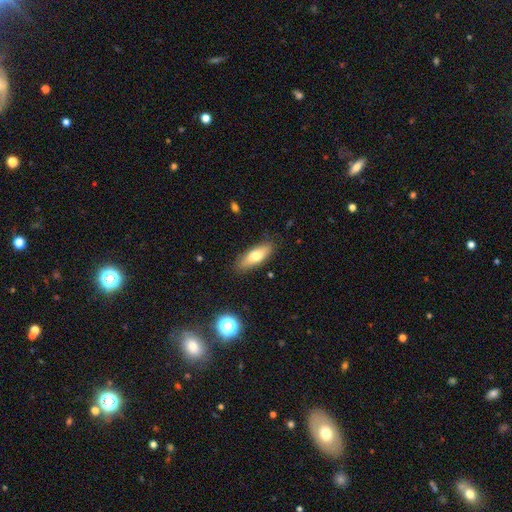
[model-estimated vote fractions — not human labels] This is likely a smooth galaxy (70%). How rounded: likely in between (62%). Merging: clearly none (84%).